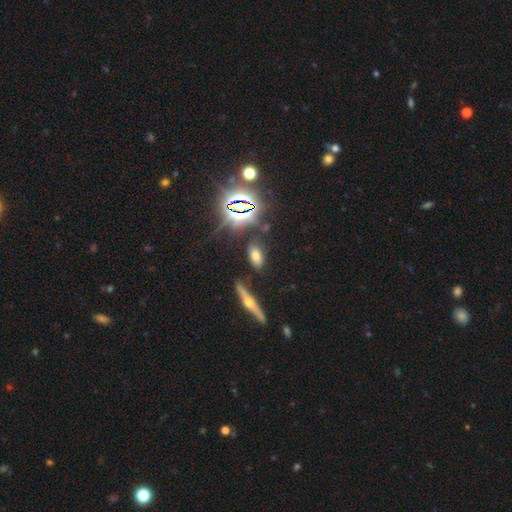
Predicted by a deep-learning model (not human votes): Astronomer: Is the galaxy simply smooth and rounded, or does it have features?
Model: smooth — 58%.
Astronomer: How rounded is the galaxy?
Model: in between — 87%.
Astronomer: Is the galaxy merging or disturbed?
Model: none — 82%.